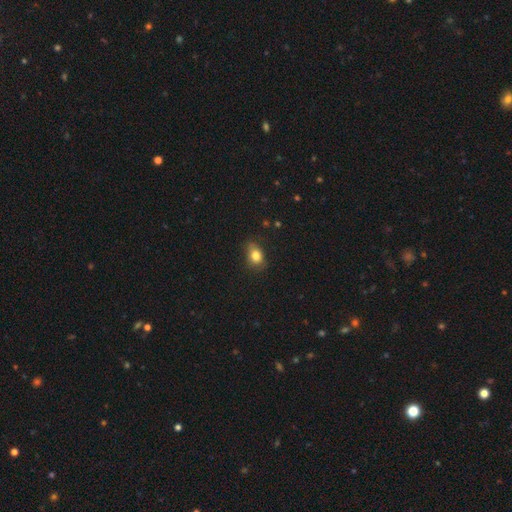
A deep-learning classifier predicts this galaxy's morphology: Smooth or featured: smooth — 81% (star or artifact — 10%)
How rounded: in between — 66% (round — 32%)
Merging: none — 68% (minor disturbance — 25%)